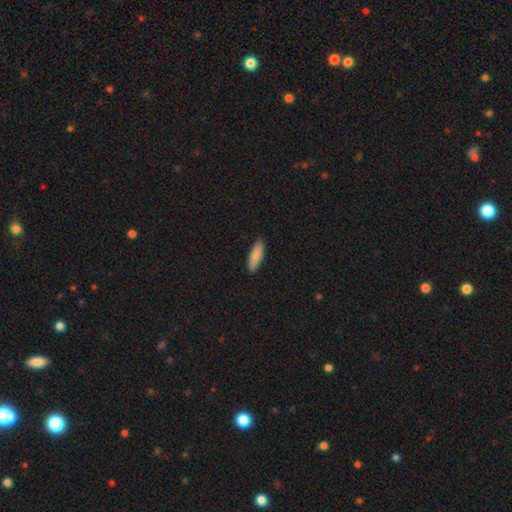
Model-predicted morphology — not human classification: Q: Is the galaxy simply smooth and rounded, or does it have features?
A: smooth — 88%.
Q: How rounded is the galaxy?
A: cigar-shaped — 50%.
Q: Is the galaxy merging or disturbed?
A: none — 86%.